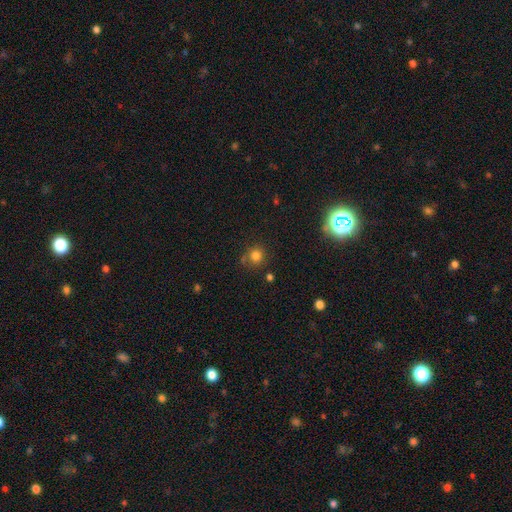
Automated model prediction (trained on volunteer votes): This appears to be a smooth galaxy with no disk features (79%) that is round (89%). Merging: none (71%).